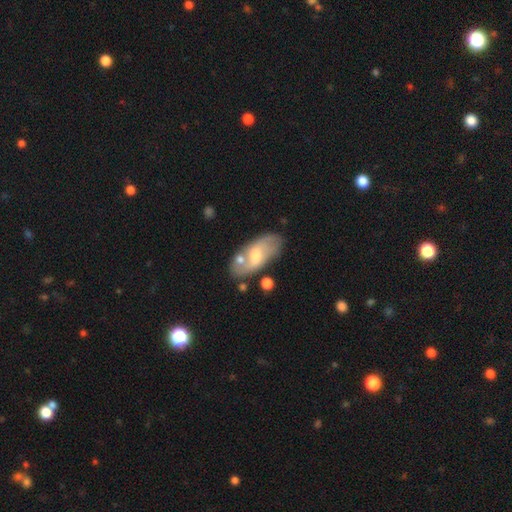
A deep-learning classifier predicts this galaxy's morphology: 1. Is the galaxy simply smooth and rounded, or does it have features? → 52% featured or disk, 42% smooth, 7% star or artifact.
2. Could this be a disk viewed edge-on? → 90% no, 10% yes.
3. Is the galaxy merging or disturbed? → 64% none, 18% minor disturbance, 13% merger, 6% major disturbance.